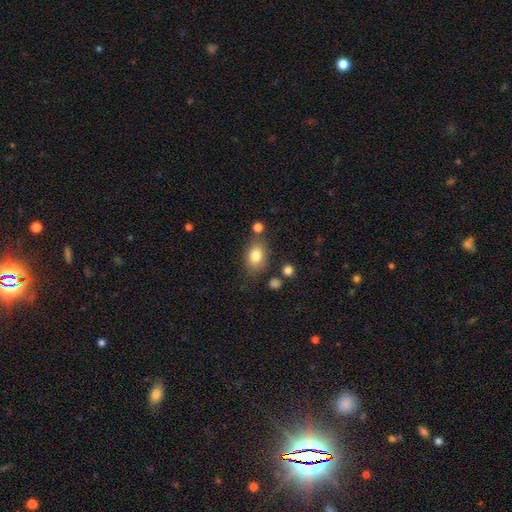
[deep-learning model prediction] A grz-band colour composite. It shows a smooth galaxy with no disk features (81%) that is in between round and cigar-shaped (75%). Merging: none (72%).